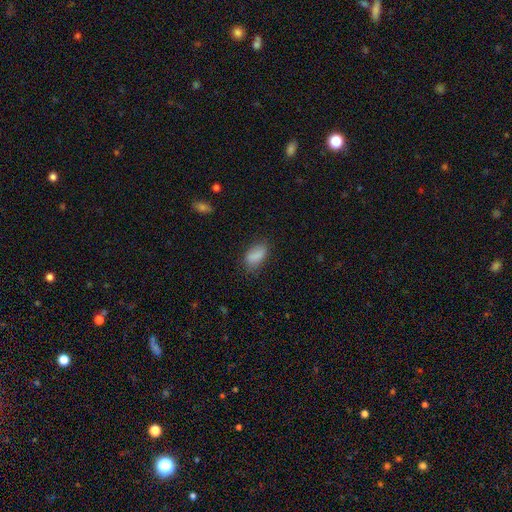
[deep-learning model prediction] Overall: smooth (85%). How rounded: in between (90%). Merging: none (71%).